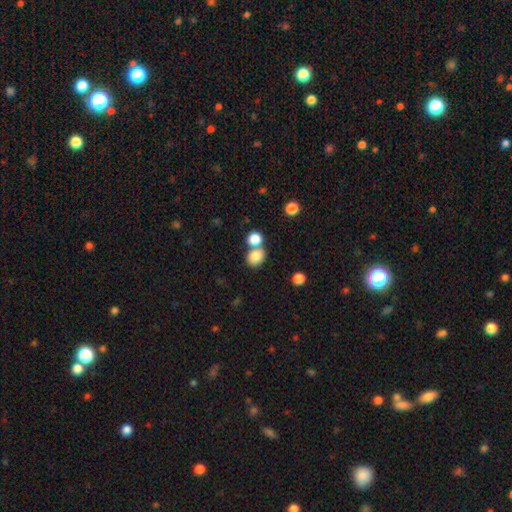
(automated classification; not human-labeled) Smooth or featured? Predicted: smooth (p=0.83). How rounded? Predicted: round (p=0.64). Merging? Predicted: none (p=0.50).